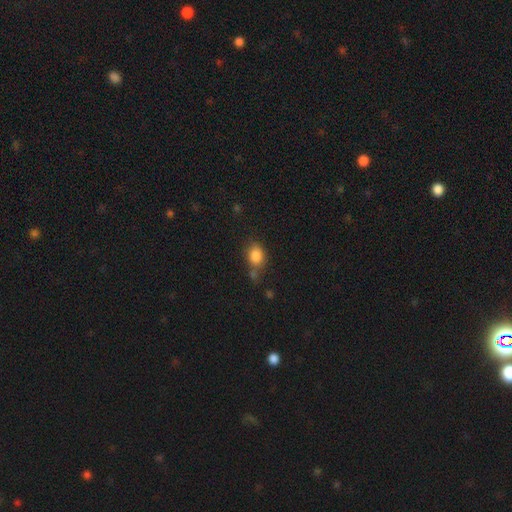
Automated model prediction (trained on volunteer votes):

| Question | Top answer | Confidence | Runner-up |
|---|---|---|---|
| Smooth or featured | smooth | 84% | star or artifact (9%) |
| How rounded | in between | 58% | round (41%) |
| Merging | none | 58% | minor disturbance (21%) |